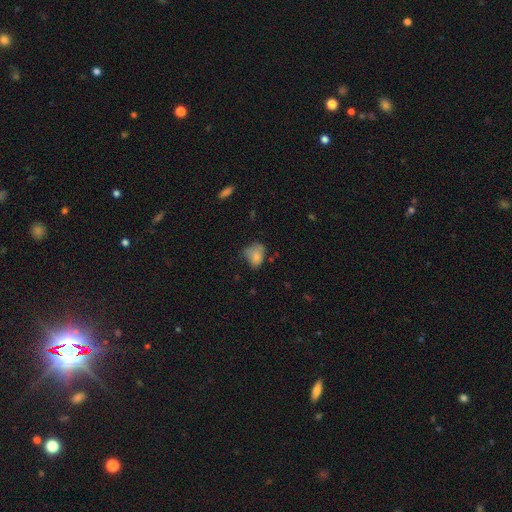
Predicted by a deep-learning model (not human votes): Smooth or featured: smooth — 77% (featured or disk — 12%)
How rounded: in between — 68% (round — 31%)
Merging: none — 39% (minor disturbance — 37%)